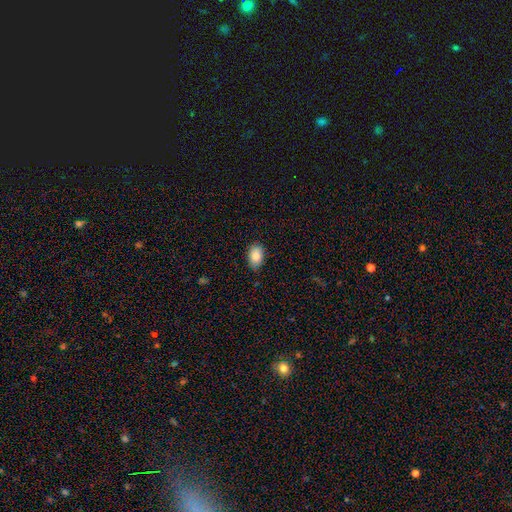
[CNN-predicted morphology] A smooth galaxy with no disk features (88%) that is in between round and cigar-shaped (89%). Merging: none (77%).